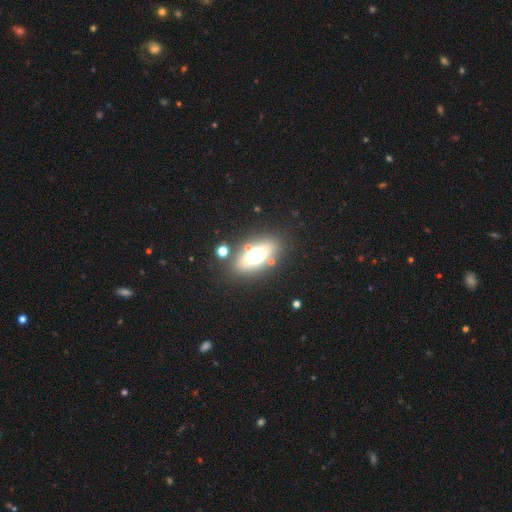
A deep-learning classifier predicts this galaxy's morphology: Q: Smooth or featured?
A: smooth (57%); runner-up: featured or disk (29%)
Q: How rounded?
A: in between (79%); runner-up: cigar-shaped (11%)
Q: Merging?
A: none (78%); runner-up: minor disturbance (11%)